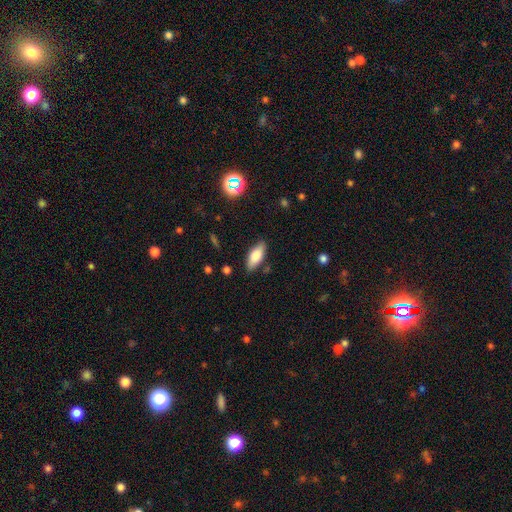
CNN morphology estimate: smooth 76%, featured or disk 16%, star or artifact 7%. Down the decision tree: how rounded — in between (81%); merging — none (83%).